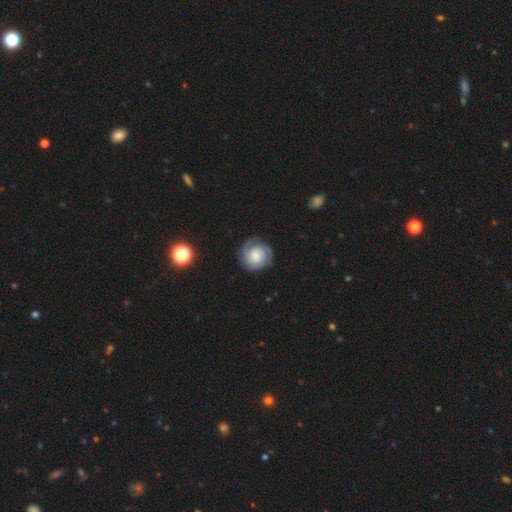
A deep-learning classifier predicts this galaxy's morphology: This appears to be a featured or disk galaxy (53%) with no bar (74%), spiral arms (89%) and a moderate central bulge (34%). Merging: none (76%).